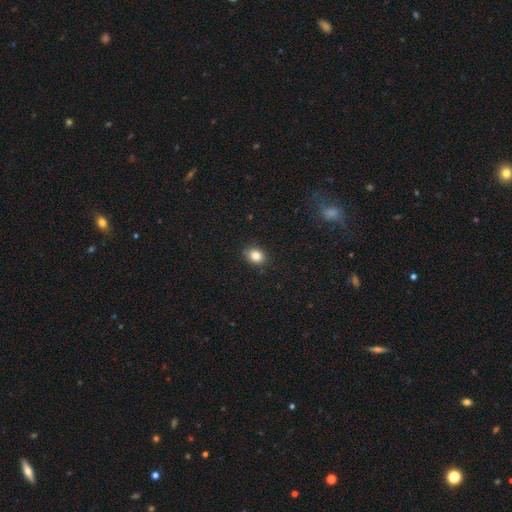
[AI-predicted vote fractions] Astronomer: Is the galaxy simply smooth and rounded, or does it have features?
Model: smooth — 85%.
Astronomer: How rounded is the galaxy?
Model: round — 50% (runner-up: in between, 49%).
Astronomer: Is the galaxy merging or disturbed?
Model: none — 87%.